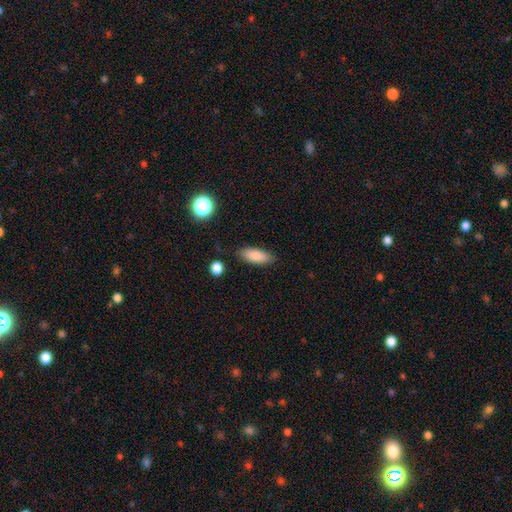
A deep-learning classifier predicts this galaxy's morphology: type=smooth (85%); roundness=in between (74%); merging=none (84%).